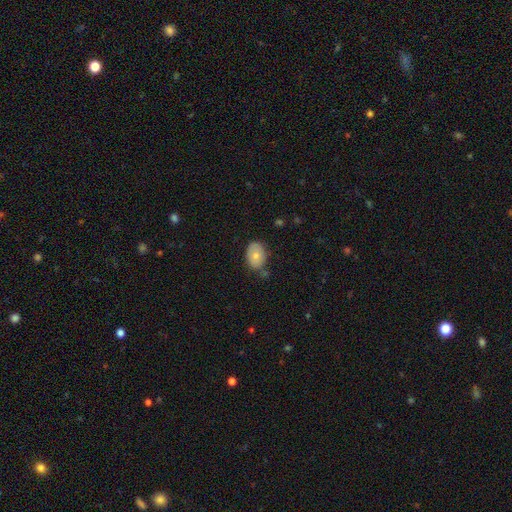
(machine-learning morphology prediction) smooth-or-featured: smooth: 74% | featured or disk: 18% | star or artifact: 8%
  how-rounded: in between: 75% | round: 24% | cigar-shaped: 1%
  merging: none: 63% | minor disturbance: 25% | merger: 6% | major disturbance: 5%